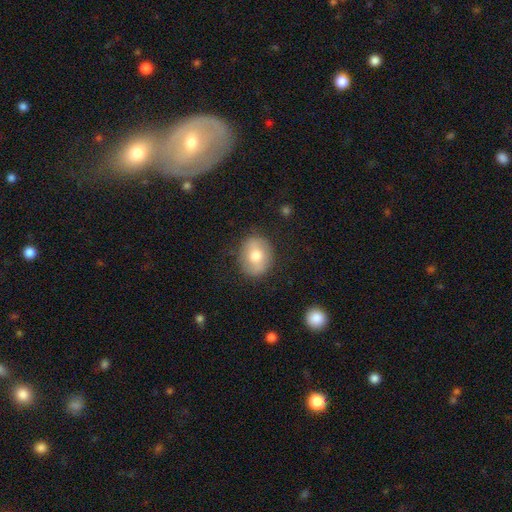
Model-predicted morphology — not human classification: smooth-or-featured: smooth: 67% | featured or disk: 25% | star or artifact: 7%
  how-rounded: round: 59% | in between: 40% | cigar-shaped: 1%
  merging: none: 84% | minor disturbance: 12% | major disturbance: 3% | merger: 1%